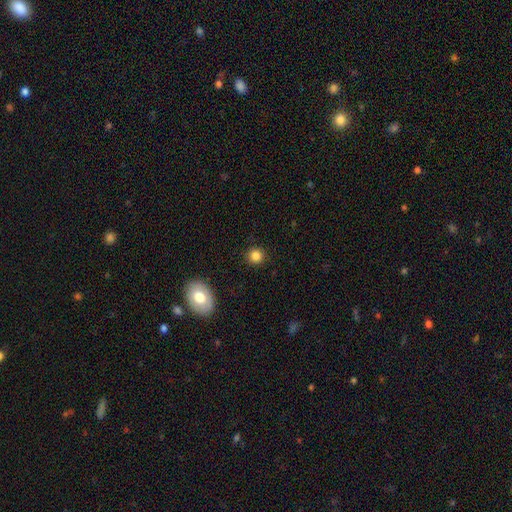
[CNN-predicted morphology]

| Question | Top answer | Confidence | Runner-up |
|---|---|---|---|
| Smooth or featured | smooth | 83% | star or artifact (11%) |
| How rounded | round | 90% | in between (9%) |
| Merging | none | 90% | minor disturbance (7%) |